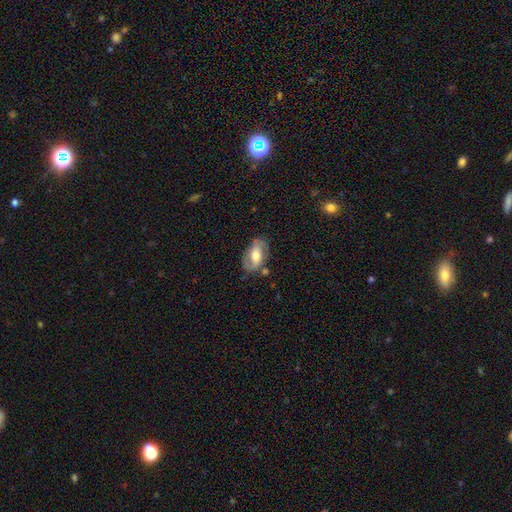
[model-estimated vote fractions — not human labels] The model was most divided on "bar": weak: 37%, no: 33%, strong: 30%. More confident: edge-on disk — no (93%); spiral arms — yes (76%); bulge size — moderate (69%); merging — none (68%); smooth or featured — featured or disk (63%).